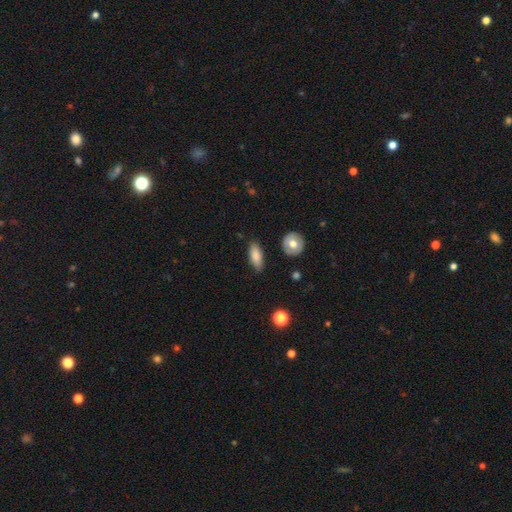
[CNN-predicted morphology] smooth-or-featured: smooth: 81% | featured or disk: 13% | star or artifact: 7%
  how-rounded: in between: 77% | cigar-shaped: 20% | round: 3%
  merging: none: 80% | minor disturbance: 14% | major disturbance: 3% | merger: 2%